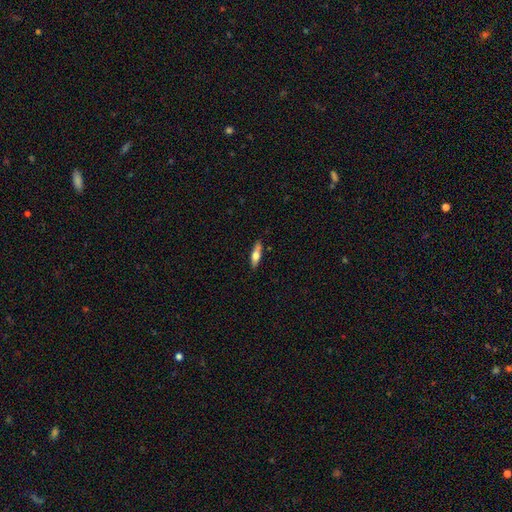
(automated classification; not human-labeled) Q: Smooth or featured?
A: smooth (57%); runner-up: featured or disk (37%)
Q: How rounded?
A: cigar-shaped (58%); runner-up: in between (40%)
Q: Merging?
A: none (80%); runner-up: minor disturbance (14%)